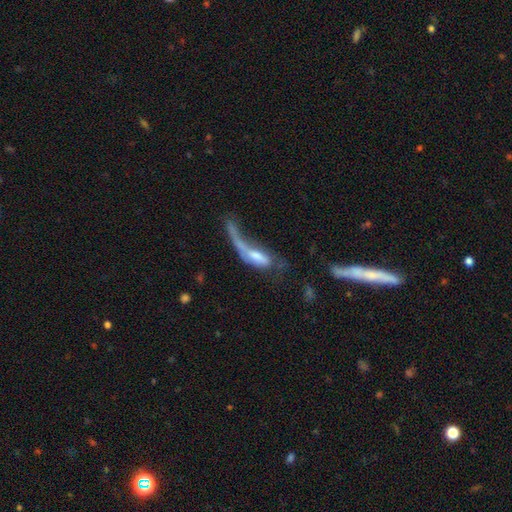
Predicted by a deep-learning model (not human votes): This appears to be a featured or disk galaxy (51%). Merging: major disturbance (50%).